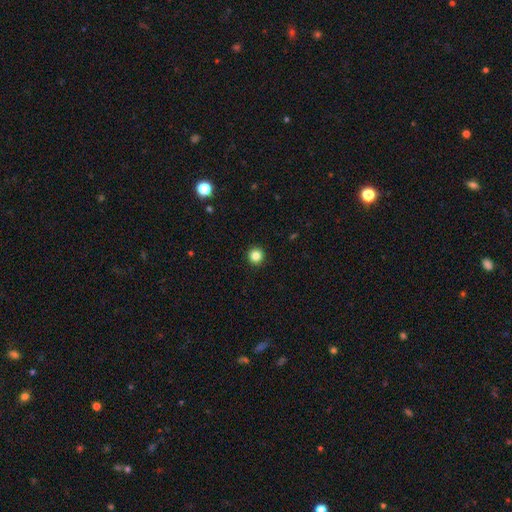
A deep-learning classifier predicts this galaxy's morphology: Q: Smooth or featured?
A: smooth (85%); runner-up: star or artifact (11%)
Q: How rounded?
A: round (96%); runner-up: in between (3%)
Q: Merging?
A: none (93%); runner-up: minor disturbance (4%)